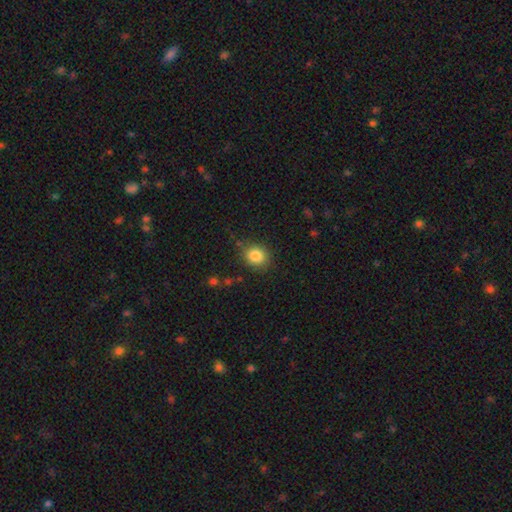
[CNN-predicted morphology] A smooth galaxy with no disk features (84%) that is round (69%).

Vote fractions:
- Smooth or featured? smooth: 84% / star or artifact: 10% / featured or disk: 6%
- How rounded? round: 69% / in between: 30% / cigar-shaped: 1%
- Merging? none: 82% / minor disturbance: 12% / major disturbance: 3% / merger: 2%